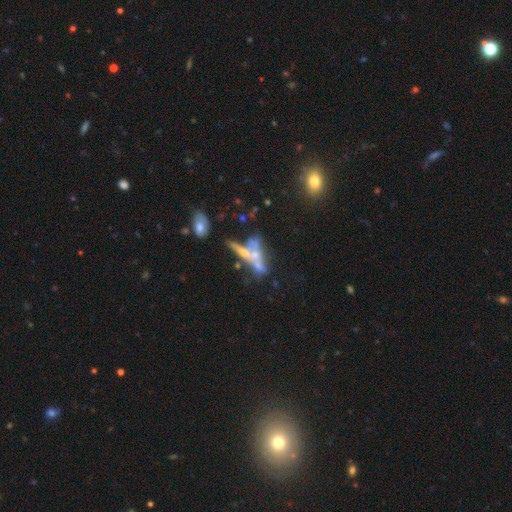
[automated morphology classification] Smooth or featured? featured or disk (57%)
Edge-on disk? no (71%)
Merging? merger (49%)